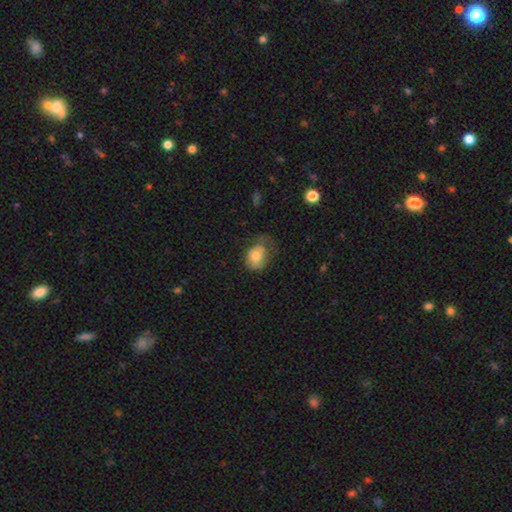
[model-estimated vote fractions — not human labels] Smooth or featured? smooth (76%)
How rounded? in between (58%)
Merging? none (34%)